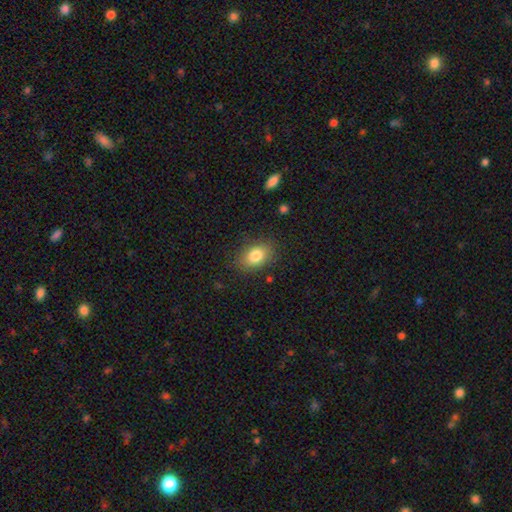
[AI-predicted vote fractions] A smooth galaxy with no disk features (82%) that is in between round and cigar-shaped (82%). Merging: none (83%).